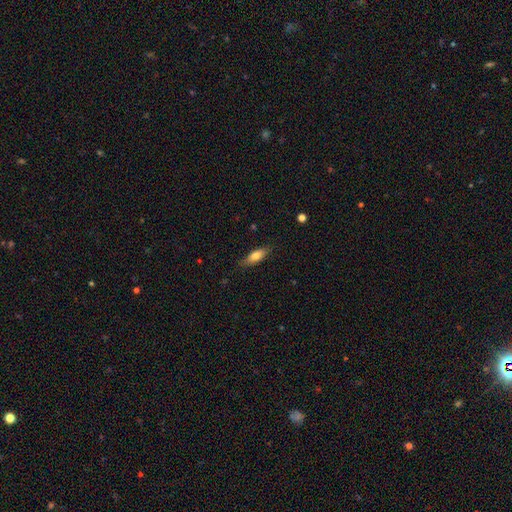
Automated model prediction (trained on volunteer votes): Overall: smooth (71%). How rounded: in between (61%; cigar-shaped 37%). Merging: none (79%).